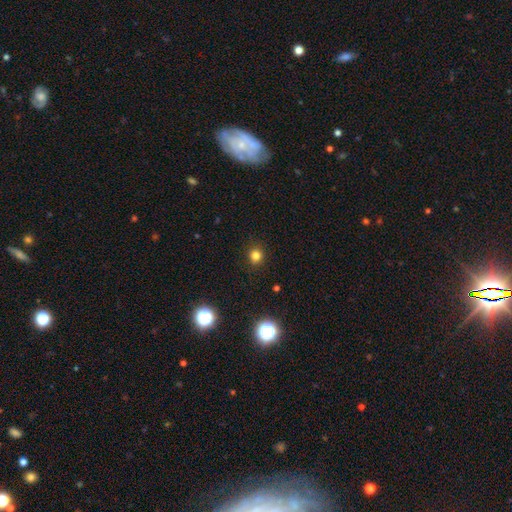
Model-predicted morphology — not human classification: Q: Smooth or featured?
A: smooth (79%); runner-up: star or artifact (16%)
Q: How rounded?
A: round (89%); runner-up: in between (10%)
Q: Merging?
A: none (90%); runner-up: minor disturbance (7%)